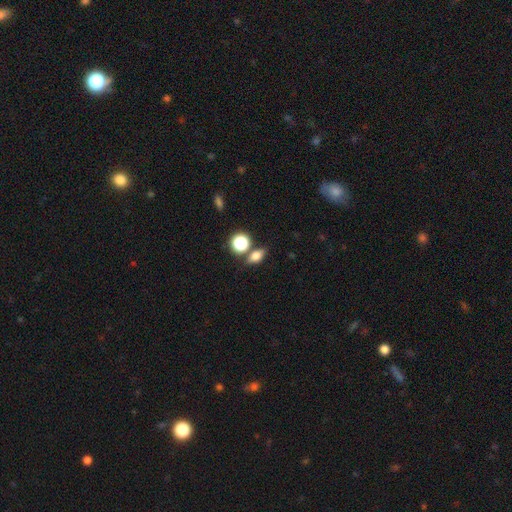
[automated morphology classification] This appears to be a smooth galaxy with no disk features (74%) that is in between round and cigar-shaped (69%). Merging: none (71%).